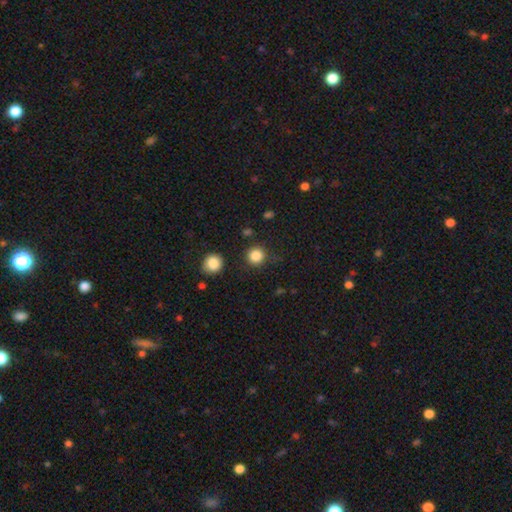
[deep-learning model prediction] This appears to be a smooth galaxy with no disk features (85%) that is round (94%). Merging: none (86%).